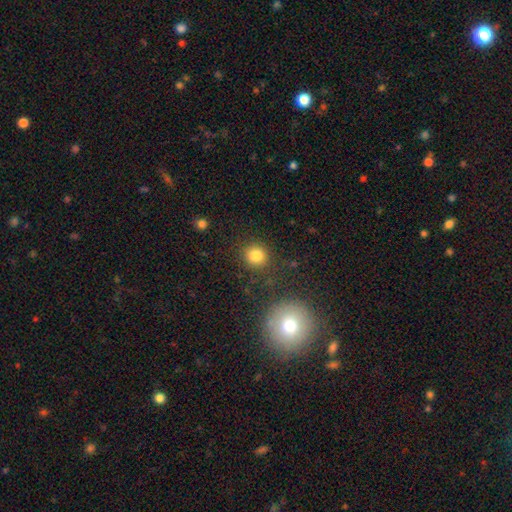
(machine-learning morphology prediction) Overall: smooth (82%). How rounded: round (89%). Merging: none (86%).